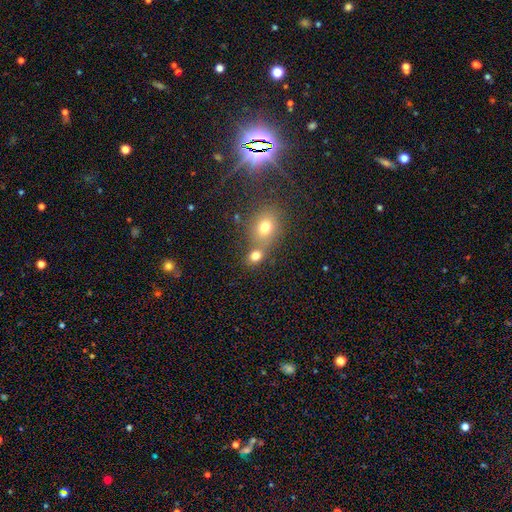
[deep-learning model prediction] Smooth or featured? smooth (77%)
How rounded? round (53%)
Merging? none (49%)